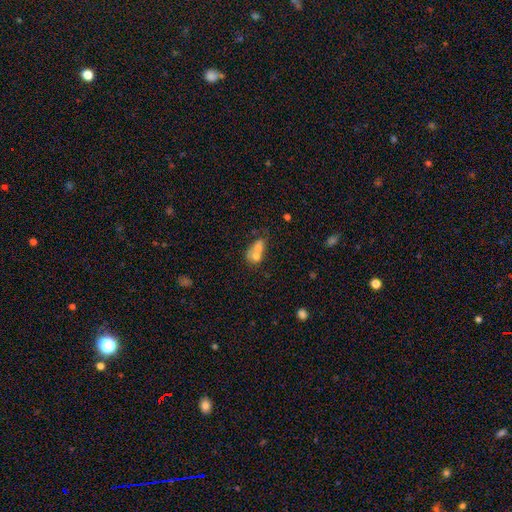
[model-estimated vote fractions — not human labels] Smooth or featured? Predicted: smooth (p=0.62). How rounded? Predicted: in between (p=0.51). Merging? Predicted: merger (p=0.69).